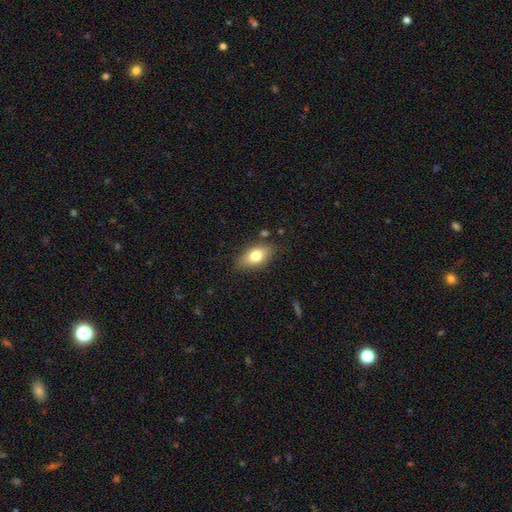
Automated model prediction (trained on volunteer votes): A smooth galaxy with no disk features (75%) that is in between round and cigar-shaped (87%).

Vote fractions:
- Smooth or featured? smooth: 75% / featured or disk: 17% / star or artifact: 8%
- How rounded? in between: 87% / round: 7% / cigar-shaped: 6%
- Merging? none: 80% / minor disturbance: 15% / major disturbance: 3% / merger: 2%